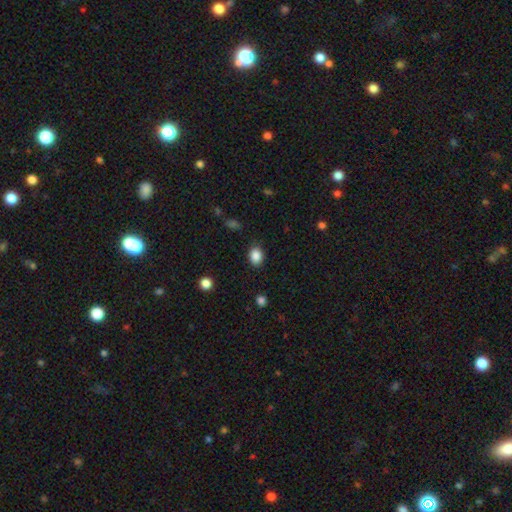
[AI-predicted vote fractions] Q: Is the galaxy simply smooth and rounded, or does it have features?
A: smooth — 87%.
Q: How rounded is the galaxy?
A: in between — 56%.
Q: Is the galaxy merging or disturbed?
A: none — 84%.